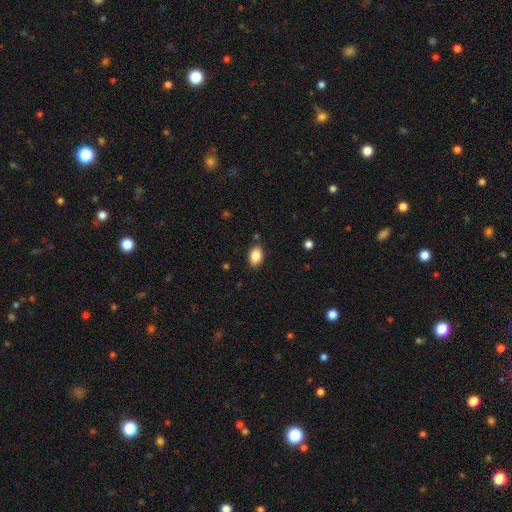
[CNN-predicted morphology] A smooth galaxy with no disk features (87%) that is in between round and cigar-shaped (85%).

Vote fractions:
- Smooth or featured? smooth: 87% / star or artifact: 8% / featured or disk: 5%
- How rounded? in between: 85% / round: 14% / cigar-shaped: 1%
- Merging? none: 86% / minor disturbance: 10% / major disturbance: 2% / merger: 2%